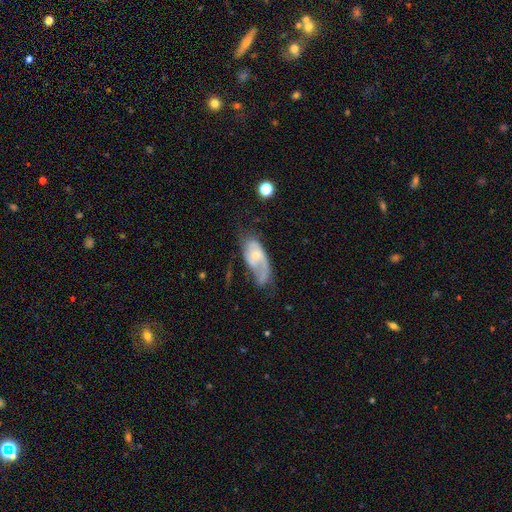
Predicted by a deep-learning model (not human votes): This is likely a featured or disk galaxy (61%). It is clearly not viewed edge-on (93%). Bar: likely no (70%). Spiral arm pattern: likely yes (73%). Central bulge: possibly small (53%). Merging: marginally major disturbance (36%).